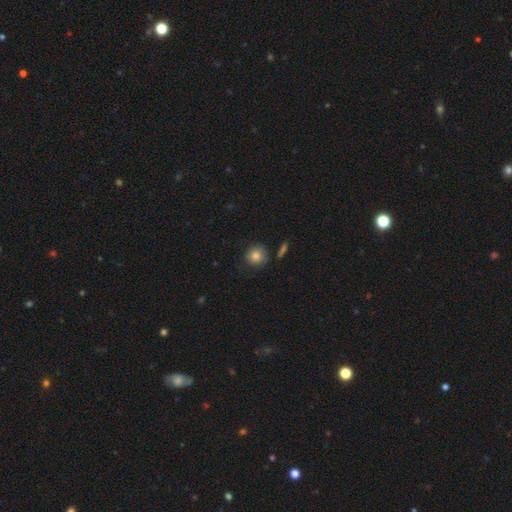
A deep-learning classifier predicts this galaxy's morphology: This is clearly a smooth galaxy (83%). How rounded: clearly round (90%). Merging: clearly none (82%).